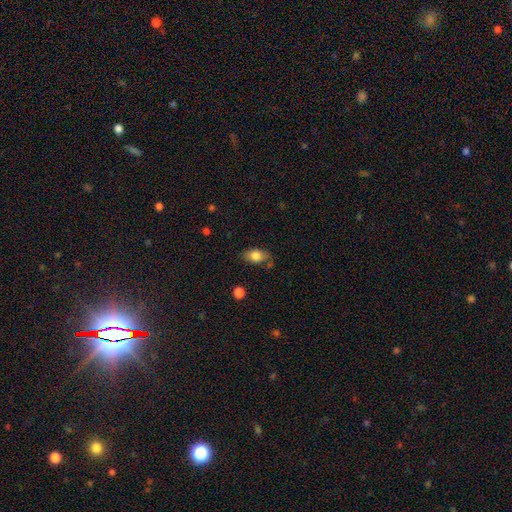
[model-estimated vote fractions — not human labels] Smooth or featured? Predicted: smooth (p=0.80). How rounded? Predicted: in between (p=0.87). Merging? Predicted: none (p=0.72).